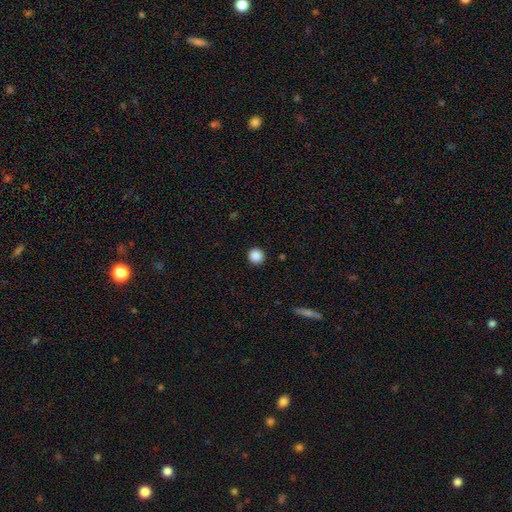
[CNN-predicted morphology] Smooth or featured: smooth — 87% (star or artifact — 10%)
How rounded: round — 96% (in between — 3%)
Merging: none — 93% (minor disturbance — 4%)